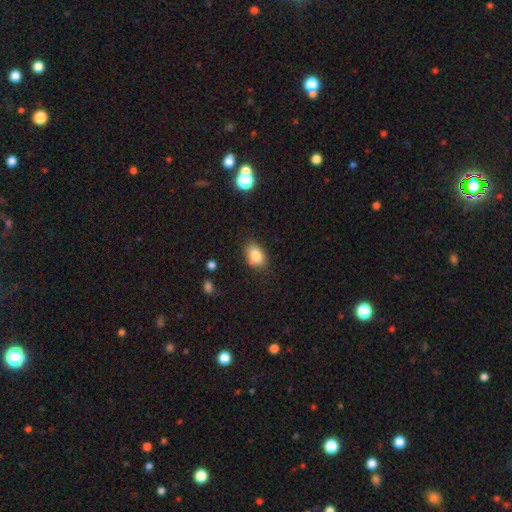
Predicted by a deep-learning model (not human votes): Morphology: type=smooth (84%); roundness=in between (81%); merging=none (76%).